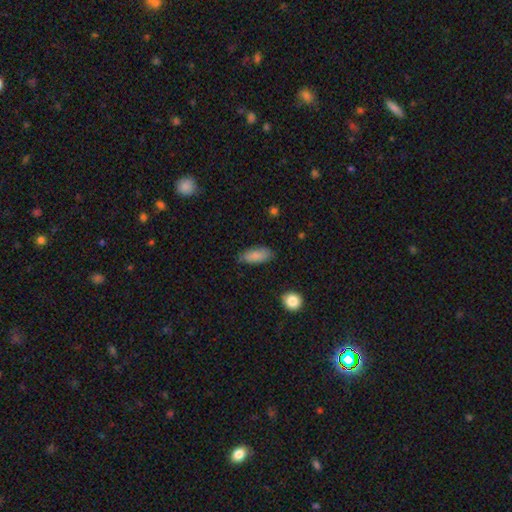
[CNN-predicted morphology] Smooth or featured? Predicted: smooth (p=0.87). How rounded? Predicted: in between (p=0.82). Merging? Predicted: none (p=0.77).